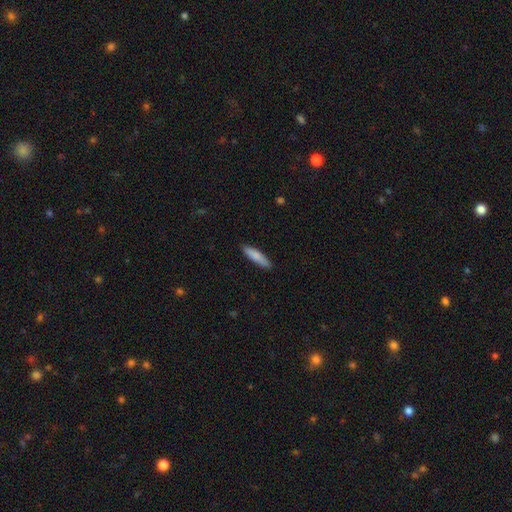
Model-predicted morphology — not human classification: smooth-or-featured: smooth: 79% | featured or disk: 15% | star or artifact: 6%
  how-rounded: cigar-shaped: 78% | in between: 20% | round: 2%
  merging: none: 89% | minor disturbance: 8% | major disturbance: 2% | merger: 1%